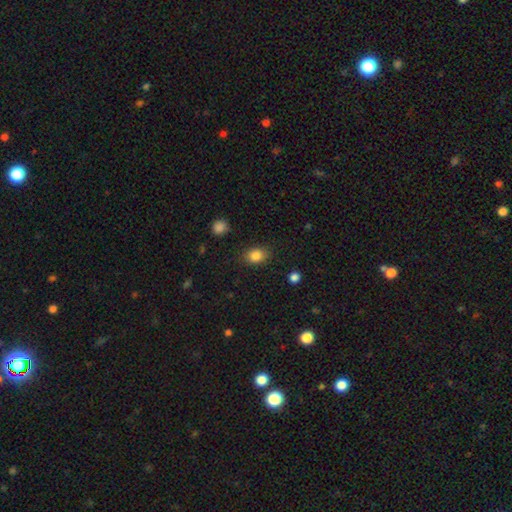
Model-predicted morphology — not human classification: type=smooth (84%); roundness=in between (67%); merging=none (84%).